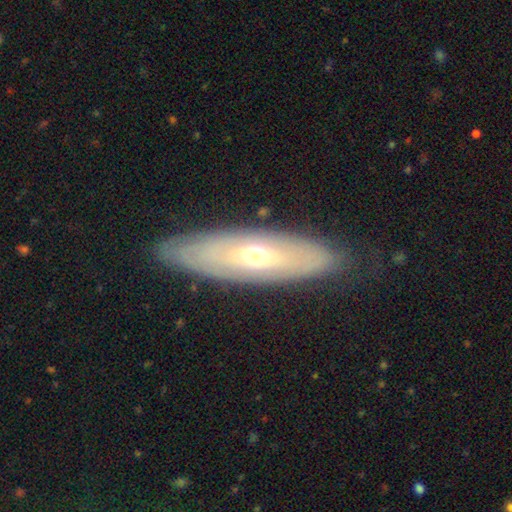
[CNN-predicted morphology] Smooth or featured? Predicted: featured or disk (p=0.63). Edge-on disk? Predicted: no (p=0.61). Merging? Predicted: none (p=0.84).